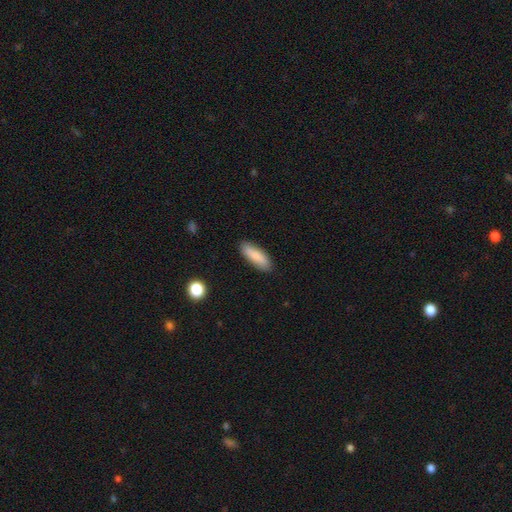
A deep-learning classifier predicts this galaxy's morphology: This appears to be a smooth galaxy with no disk features (84%) that is in between round and cigar-shaped (54%). Merging: none (87%).